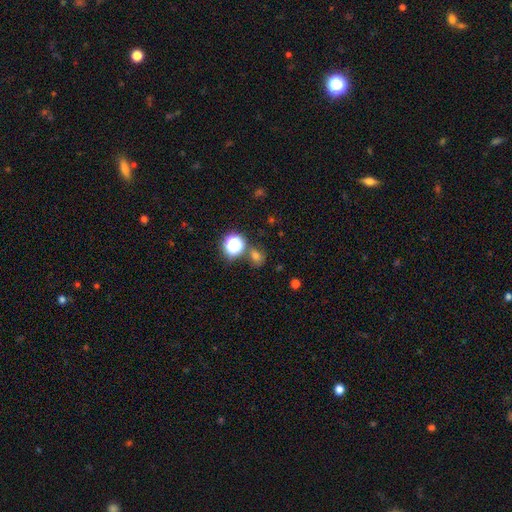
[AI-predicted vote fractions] Smooth or featured?
  - smooth: 63% *
  - star or artifact: 29%
  - featured or disk: 8%
How rounded?
  - round: 68% *
  - in between: 31%
  - cigar-shaped: 1%
Merging?
  - none: 71% *
  - minor disturbance: 13%
  - merger: 11%
  - major disturbance: 5%